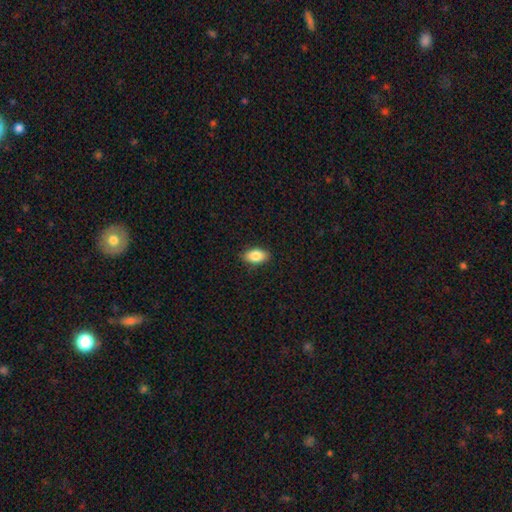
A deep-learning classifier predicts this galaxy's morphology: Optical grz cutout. It shows a smooth galaxy with no disk features (85%) that is in between round and cigar-shaped (91%). Merging: none (89%).